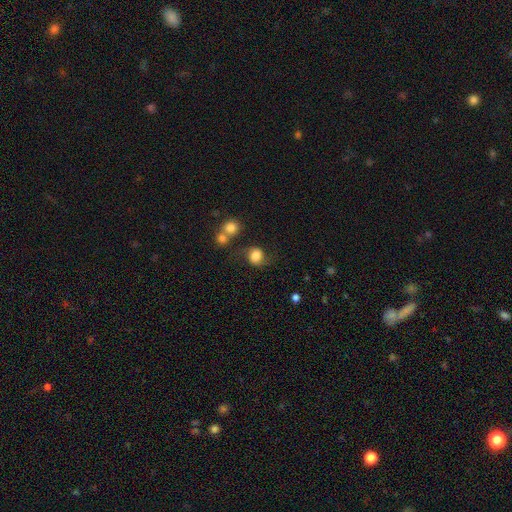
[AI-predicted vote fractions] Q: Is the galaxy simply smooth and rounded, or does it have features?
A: smooth — 62%.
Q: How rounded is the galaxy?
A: round — 73%.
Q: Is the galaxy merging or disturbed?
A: none — 58%.